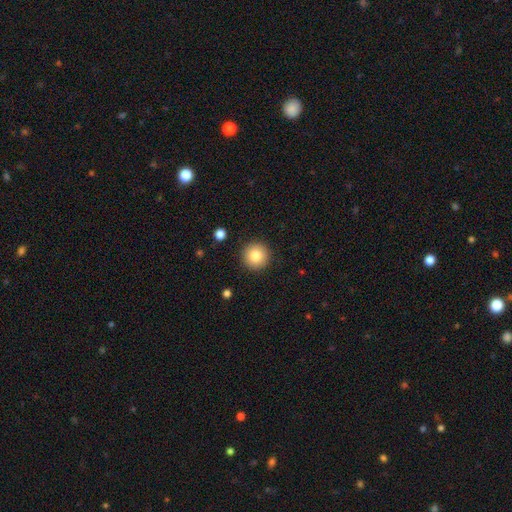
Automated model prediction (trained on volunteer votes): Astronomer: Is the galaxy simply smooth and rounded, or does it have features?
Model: smooth — 83%.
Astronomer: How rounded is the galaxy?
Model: round — 96%.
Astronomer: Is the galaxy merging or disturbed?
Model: none — 92%.